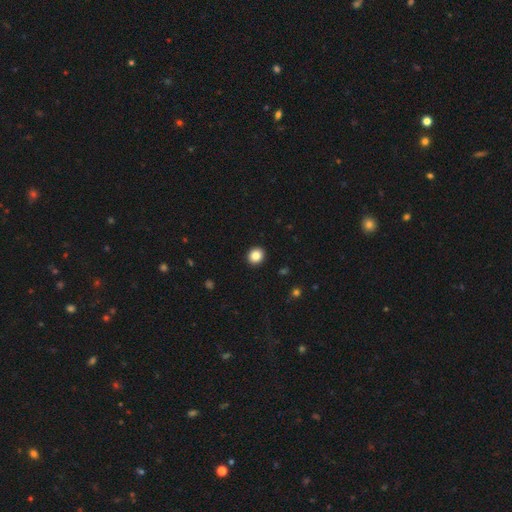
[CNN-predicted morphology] Smooth or featured? smooth (86%)
How rounded? round (81%)
Merging? none (93%)